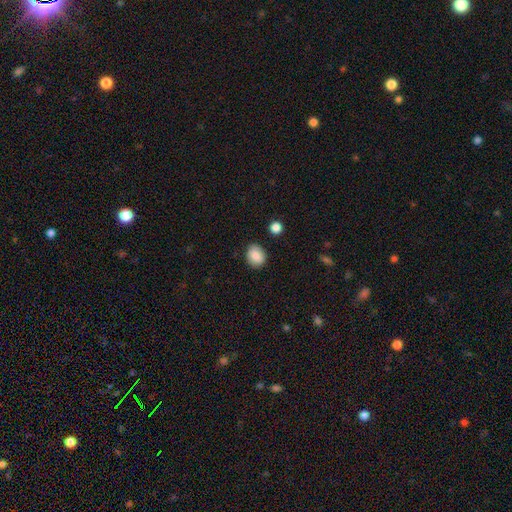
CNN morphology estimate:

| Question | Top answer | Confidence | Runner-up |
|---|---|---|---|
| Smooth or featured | smooth | 86% | star or artifact (8%) |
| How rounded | round | 58% | in between (41%) |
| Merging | none | 87% | minor disturbance (9%) |